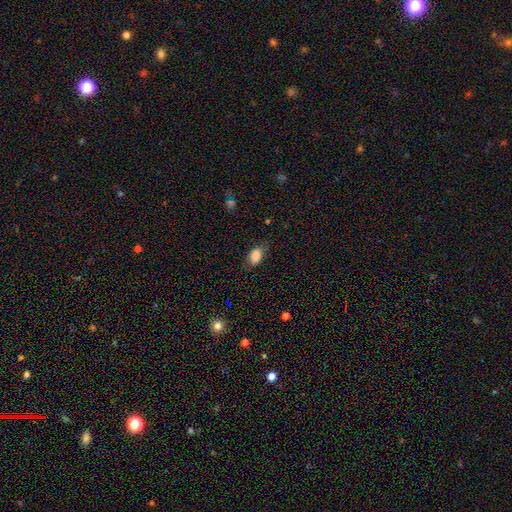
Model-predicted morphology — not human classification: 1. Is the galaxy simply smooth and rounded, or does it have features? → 86% smooth, 8% star or artifact, 6% featured or disk.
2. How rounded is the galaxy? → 89% in between, 9% round, 2% cigar-shaped.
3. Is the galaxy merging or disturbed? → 76% none, 18% minor disturbance, 5% major disturbance, 1% merger.